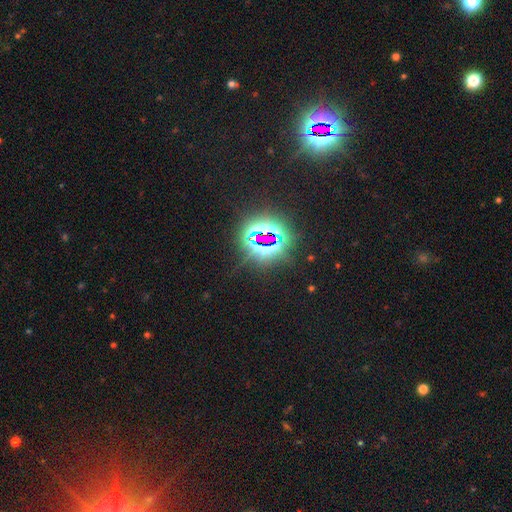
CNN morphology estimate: smooth_or_featured: star or artifact (p=0.81) [alt: smooth p=0.12]